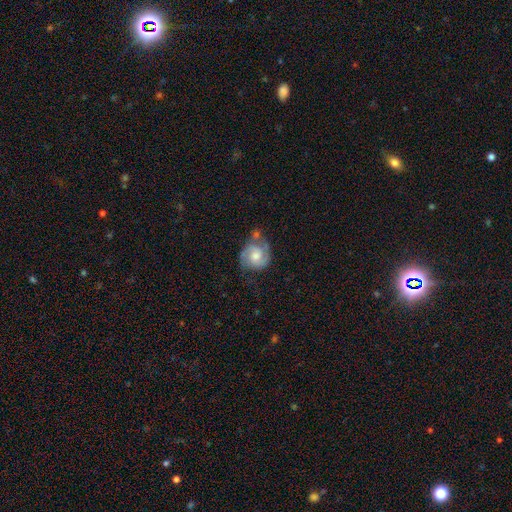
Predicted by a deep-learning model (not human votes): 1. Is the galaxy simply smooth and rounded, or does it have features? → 75% featured or disk, 19% smooth, 6% star or artifact.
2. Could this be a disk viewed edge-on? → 98% no, 2% yes.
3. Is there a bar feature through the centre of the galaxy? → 62% no, 33% weak, 5% strong.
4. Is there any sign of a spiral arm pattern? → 94% yes, 6% no.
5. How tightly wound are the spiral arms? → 46% medium, 41% tight, 13% loose.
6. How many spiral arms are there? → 86% 2, 7% can't tell, 3% 1, 3% 3, 1% 4, 1% more than 4.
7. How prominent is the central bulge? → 60% moderate, 21% small, 13% large, 4% none, 2% dominant.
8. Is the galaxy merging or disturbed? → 53% none, 25% minor disturbance, 11% merger, 11% major disturbance.